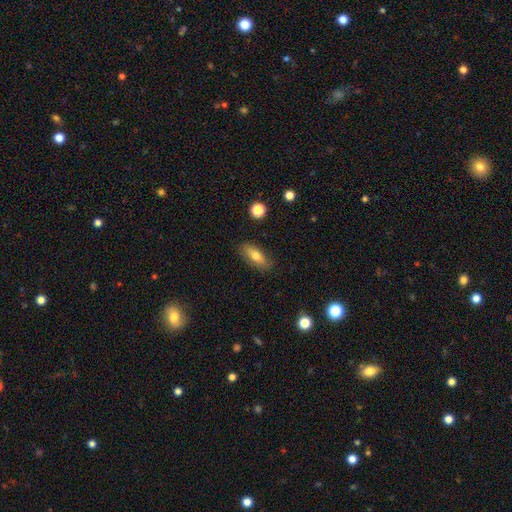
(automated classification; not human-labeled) Morphology: type=smooth (69%); roundness=in between (69%); merging=none (84%).